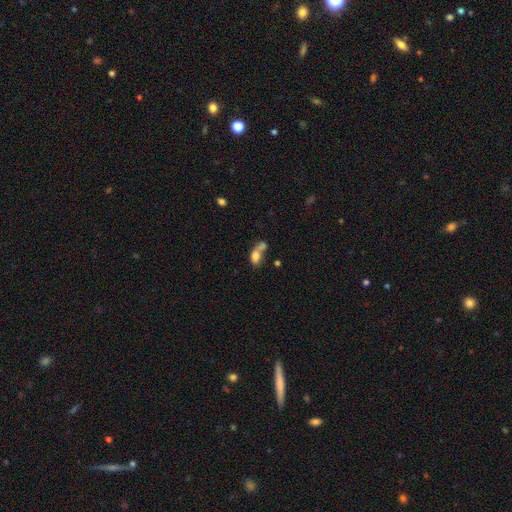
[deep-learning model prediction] Smooth or featured?
  - smooth: 74% *
  - featured or disk: 17%
  - star or artifact: 10%
How rounded?
  - in between: 82% *
  - round: 14%
  - cigar-shaped: 4%
Merging?
  - merger: 58% *
  - none: 21%
  - minor disturbance: 10%
  - major disturbance: 10%